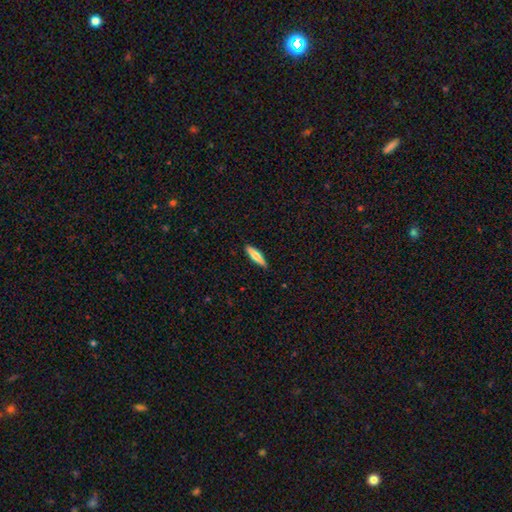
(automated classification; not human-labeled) smooth-or-featured: smooth: 67% | featured or disk: 28% | star or artifact: 6%
  how-rounded: cigar-shaped: 80% | in between: 19% | round: 2%
  merging: none: 89% | minor disturbance: 8% | major disturbance: 2% | merger: 1%